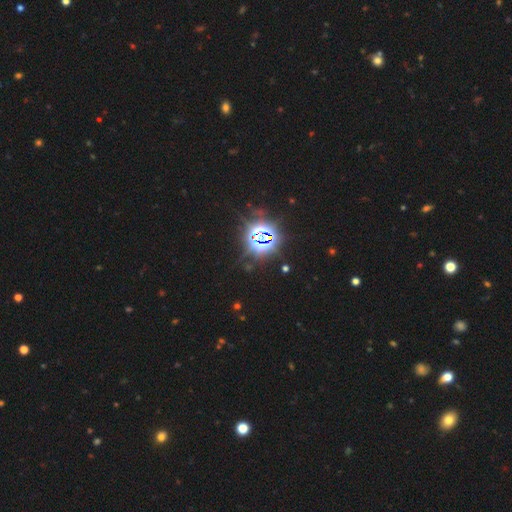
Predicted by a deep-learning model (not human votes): The model was most divided on "smooth or featured": star or artifact: 85%, smooth: 9%, featured or disk: 6%.